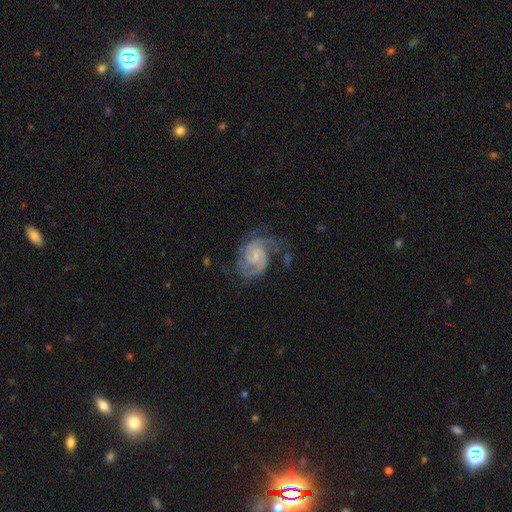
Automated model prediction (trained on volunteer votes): Smooth or featured: featured or disk — 91% (star or artifact — 5%)
Edge-on disk: no — 98% (yes — 2%)
Bar: weak — 50% (no — 38%)
Spiral arms: yes — 98% (no — 2%)
Spiral winding: tight — 49% (medium — 44%)
Spiral arm count: 2 — 67% (3 — 17%)
Bulge size: small — 56% (none — 22%)
Merging: none — 65% (minor disturbance — 19%)